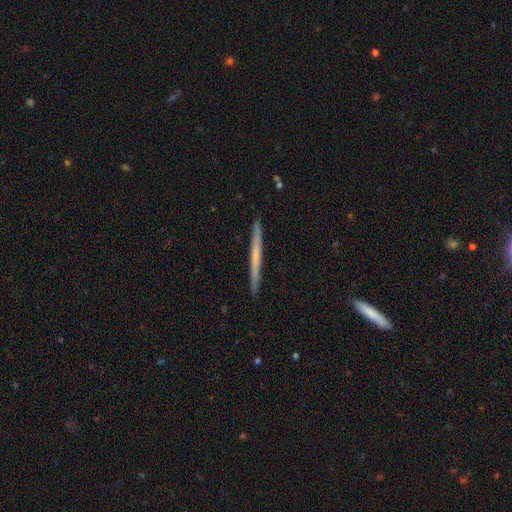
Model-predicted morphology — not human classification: type=featured or disk (50%); merging=none (92%).